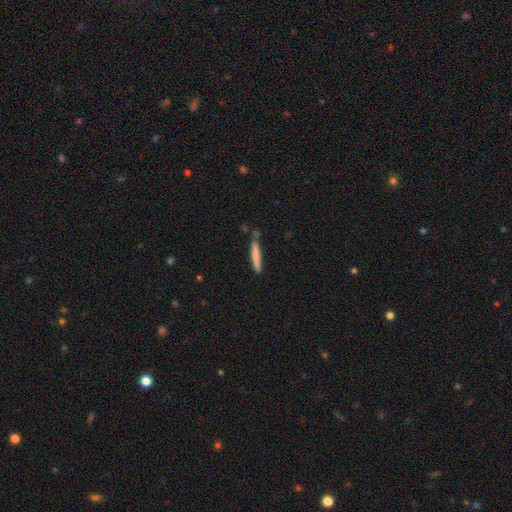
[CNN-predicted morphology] The model was most divided on "smooth or featured": smooth: 73%, featured or disk: 21%, star or artifact: 6%. More confident: how rounded — cigar-shaped (93%); merging — none (71%).